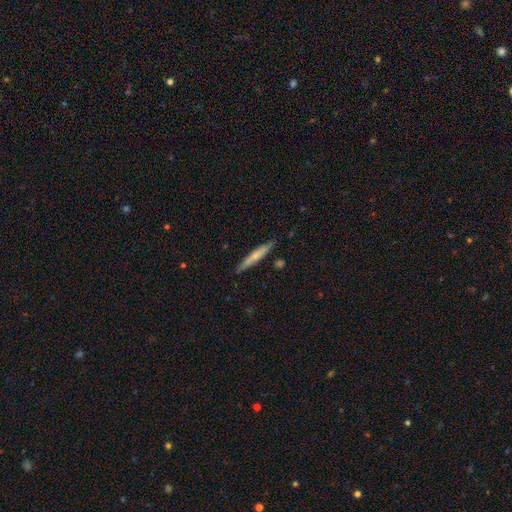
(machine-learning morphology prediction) type=smooth (57%); roundness=cigar-shaped (94%); merging=none (85%).